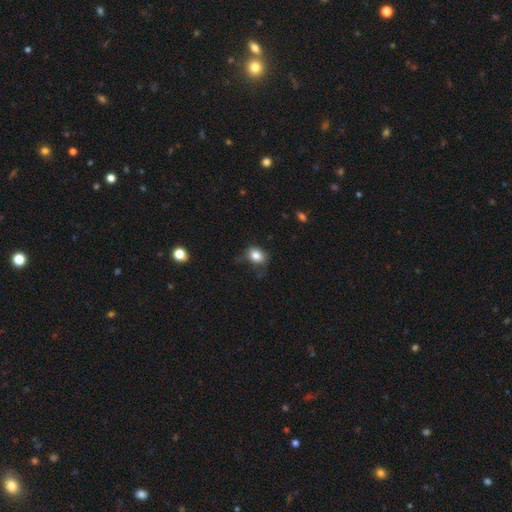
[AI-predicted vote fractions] Q: Smooth or featured?
A: smooth (82%); runner-up: star or artifact (10%)
Q: How rounded?
A: in between (61%); runner-up: round (38%)
Q: Merging?
A: none (58%); runner-up: minor disturbance (28%)